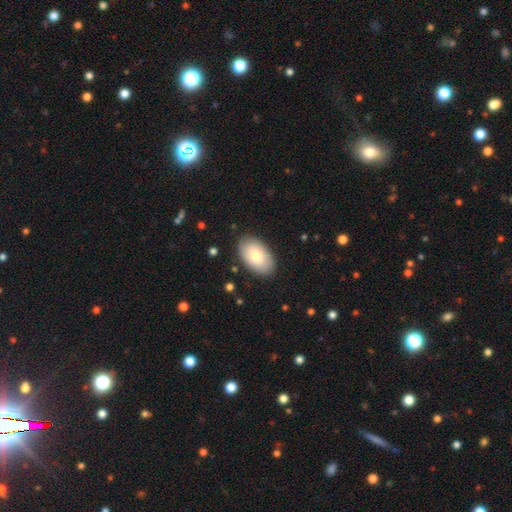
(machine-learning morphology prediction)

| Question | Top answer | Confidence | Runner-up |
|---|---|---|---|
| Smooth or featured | smooth | 75% | featured or disk (20%) |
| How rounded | in between | 95% | round (4%) |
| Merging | none | 86% | minor disturbance (10%) |